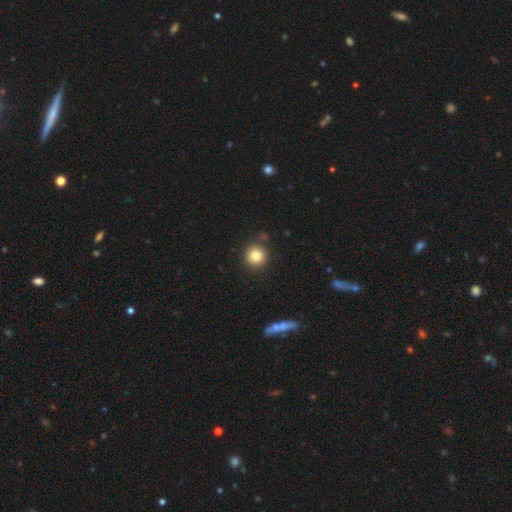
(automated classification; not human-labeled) The model was most divided on "smooth or featured": smooth: 82%, star or artifact: 11%, featured or disk: 7%. More confident: how rounded — round (93%); merging — none (86%).